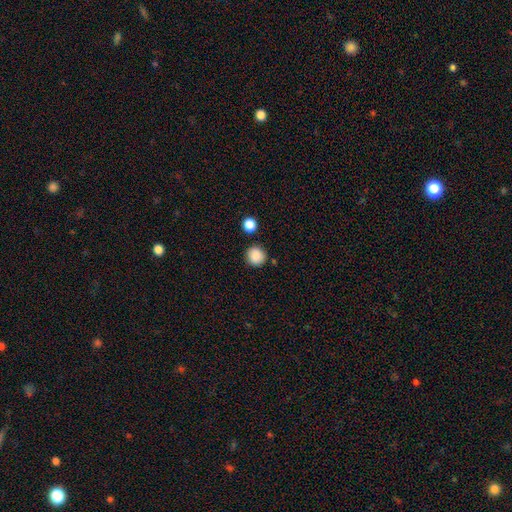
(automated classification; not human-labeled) This appears to be a smooth galaxy with no disk features (87%) that is round (92%). Merging: none (86%).